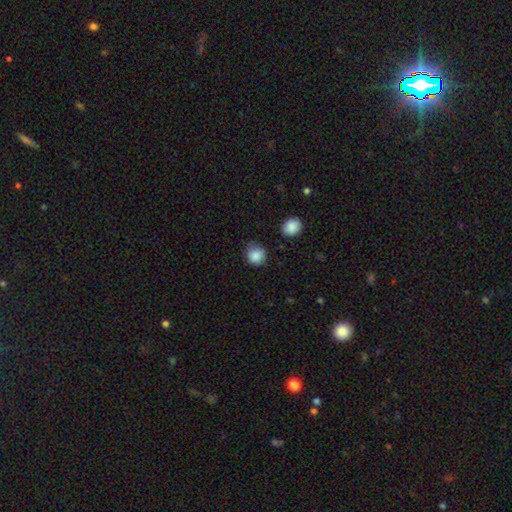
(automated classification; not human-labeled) smooth-or-featured: smooth: 86% | star or artifact: 9% | featured or disk: 5%
  how-rounded: round: 81% | in between: 18% | cigar-shaped: 1%
  merging: none: 69% | minor disturbance: 23% | major disturbance: 5% | merger: 3%